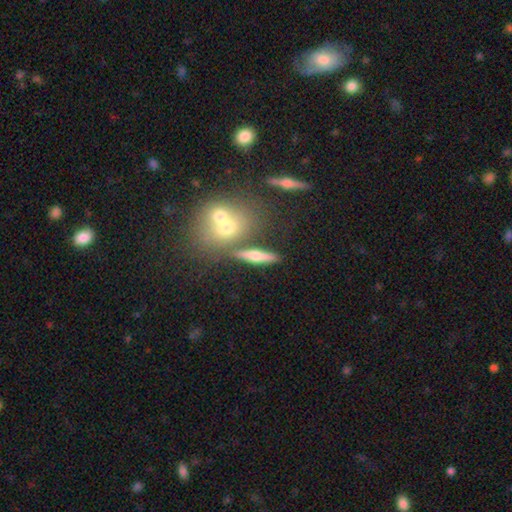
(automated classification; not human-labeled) This appears to be a smooth galaxy with no disk features (45%). Merging: none (73%).